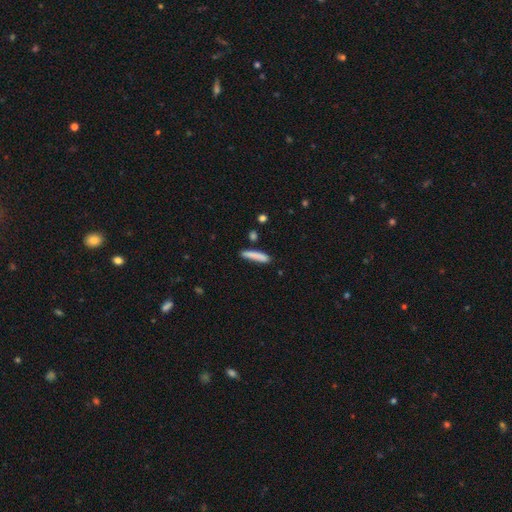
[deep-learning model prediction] This appears to be a smooth galaxy with no disk features (84%) that is cigar-shaped (88%). Merging: none (80%).